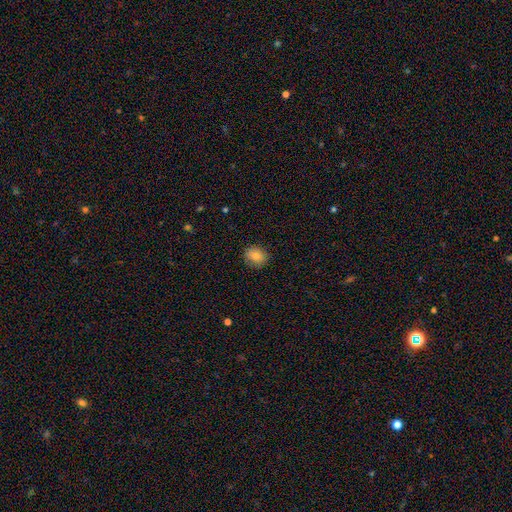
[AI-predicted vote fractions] Smooth or featured? smooth (81%)
How rounded? round (65%)
Merging? none (87%)